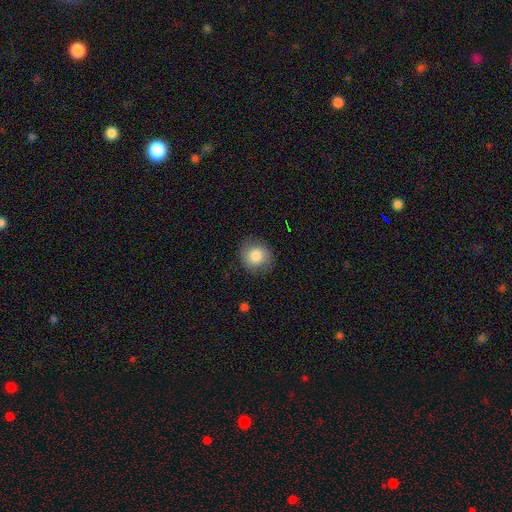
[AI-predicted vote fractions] Smooth or featured? smooth (80%)
How rounded? round (85%)
Merging? none (83%)